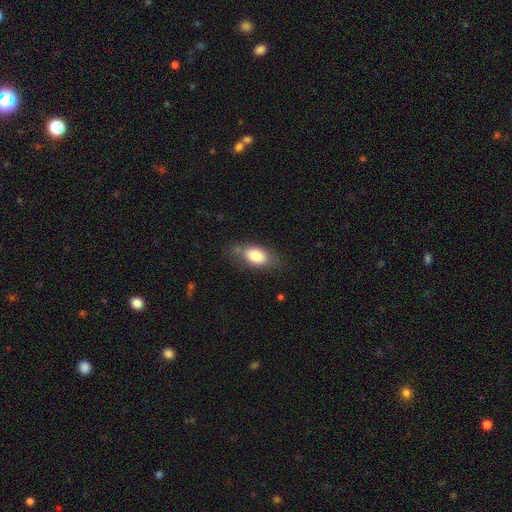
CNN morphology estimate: This appears to be a smooth galaxy with no disk features (79%) that is in between round and cigar-shaped (90%). Merging: none (68%).